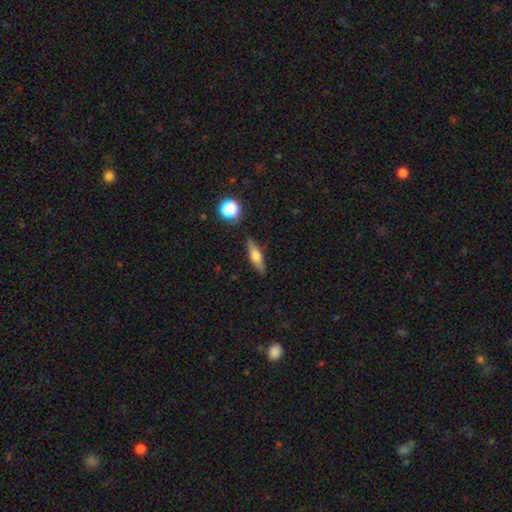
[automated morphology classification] This is possibly a smooth galaxy (57%). How rounded: likely cigar-shaped (62%). Merging: clearly none (85%).